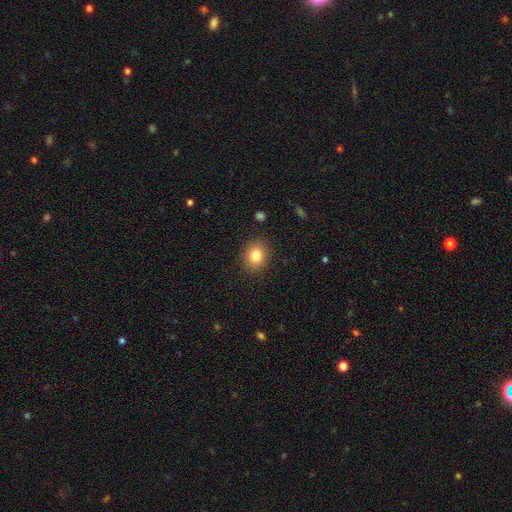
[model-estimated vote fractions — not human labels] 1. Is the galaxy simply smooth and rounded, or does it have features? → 82% smooth, 10% star or artifact, 7% featured or disk.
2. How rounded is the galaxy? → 64% round, 35% in between, 1% cigar-shaped.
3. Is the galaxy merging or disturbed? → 89% none, 8% minor disturbance, 3% major disturbance, 1% merger.